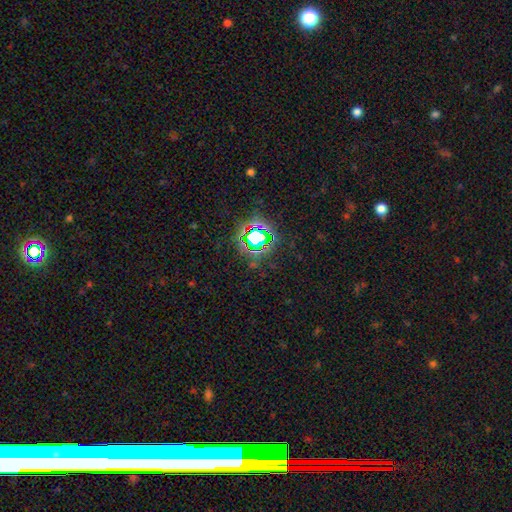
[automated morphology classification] Smooth or featured? star or artifact (81%)